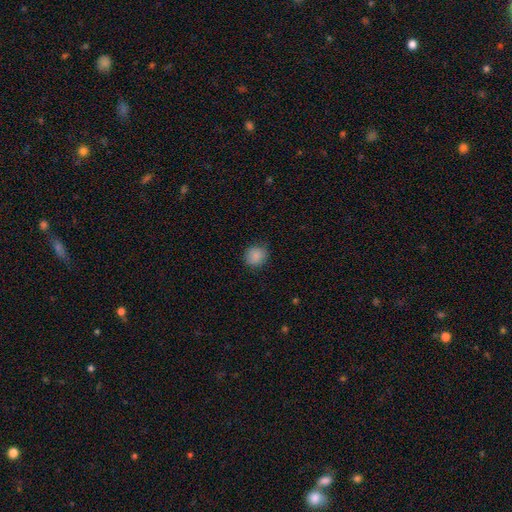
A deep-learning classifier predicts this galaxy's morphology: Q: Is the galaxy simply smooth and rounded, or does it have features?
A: smooth — 88%.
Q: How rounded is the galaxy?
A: round — 82%.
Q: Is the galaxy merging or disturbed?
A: none — 85%.